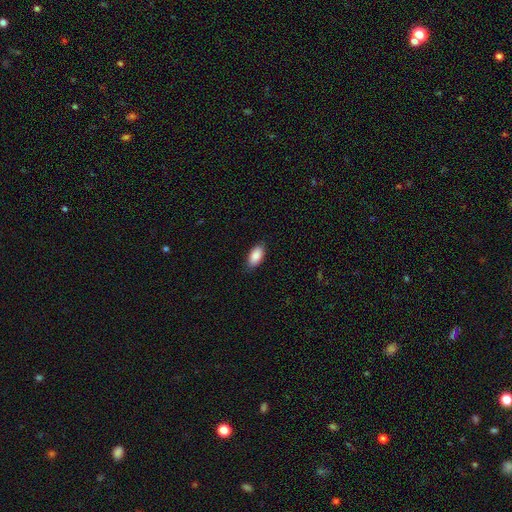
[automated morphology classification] type=smooth (89%); roundness=in between (93%); merging=none (86%).